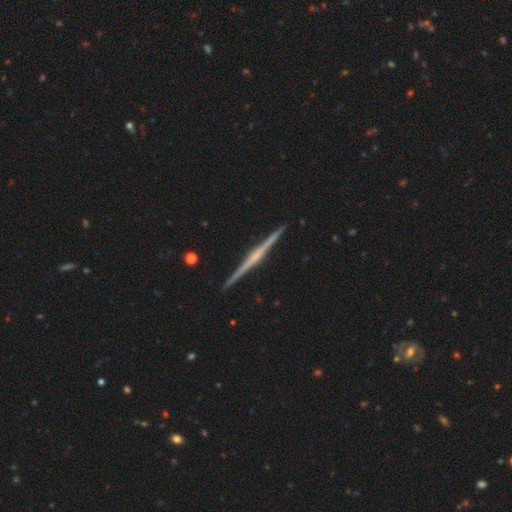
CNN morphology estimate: The model was most divided on "edge-on bulge": rounded: 56%, none: 27%, boxy: 17%. More confident: edge-on disk — yes (99%); merging — none (93%); smooth or featured — featured or disk (84%).